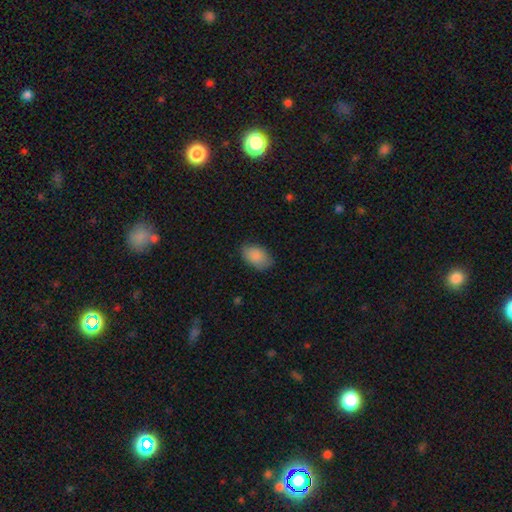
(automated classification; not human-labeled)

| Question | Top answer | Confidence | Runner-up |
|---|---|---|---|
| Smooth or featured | smooth | 88% | star or artifact (7%) |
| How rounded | in between | 89% | round (9%) |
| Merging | none | 77% | minor disturbance (18%) |